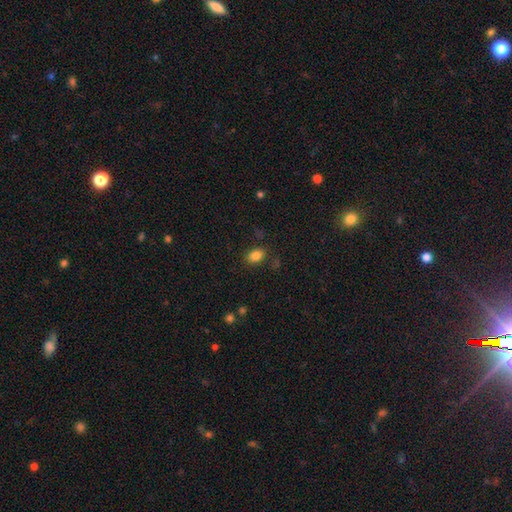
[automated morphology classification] smooth 84%, star or artifact 11%, featured or disk 6%. Down the decision tree: how rounded — in between (81%); merging — none (82%).